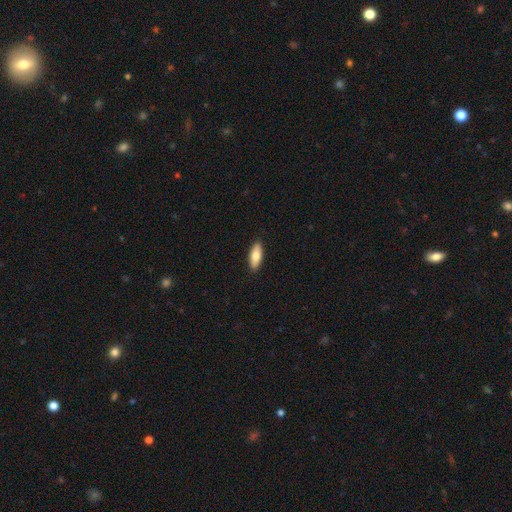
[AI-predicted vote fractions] A smooth galaxy with no disk features (77%) that is in between round and cigar-shaped (68%). Merging: none (89%).